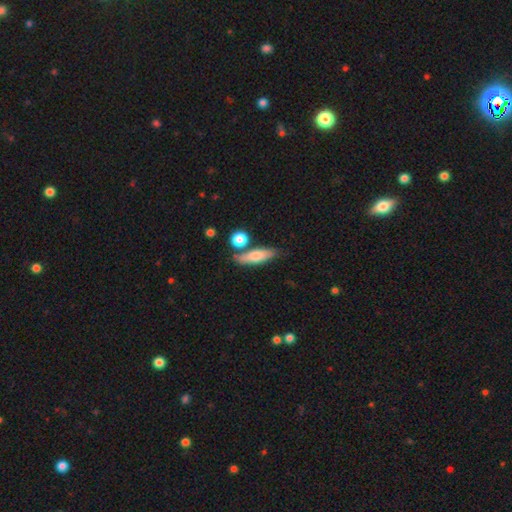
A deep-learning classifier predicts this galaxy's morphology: This is likely a smooth galaxy (70%). How rounded: possibly cigar-shaped (52%). Merging: likely none (68%).